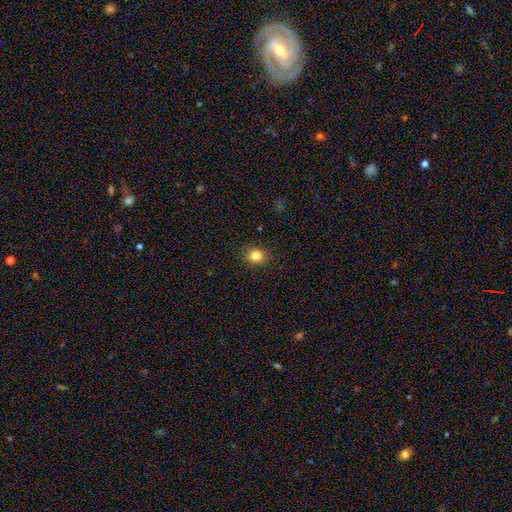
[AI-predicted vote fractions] Smooth or featured: smooth — 82% (star or artifact — 12%)
How rounded: round — 79% (in between — 20%)
Merging: none — 89% (minor disturbance — 7%)